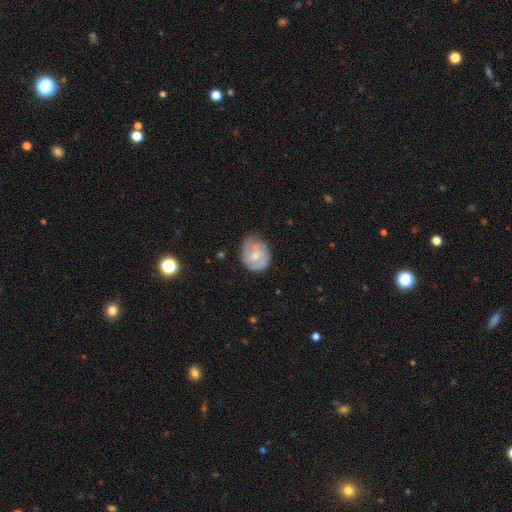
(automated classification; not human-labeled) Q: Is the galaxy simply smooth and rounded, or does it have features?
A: featured or disk — 64%.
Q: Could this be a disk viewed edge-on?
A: no — 98%.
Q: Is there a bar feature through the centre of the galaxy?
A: no — 55%.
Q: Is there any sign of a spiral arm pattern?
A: yes — 89%.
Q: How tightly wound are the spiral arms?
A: tight — 49%.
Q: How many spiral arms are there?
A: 2 — 39%.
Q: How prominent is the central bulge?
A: small — 54%.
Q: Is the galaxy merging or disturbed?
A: none — 60%.